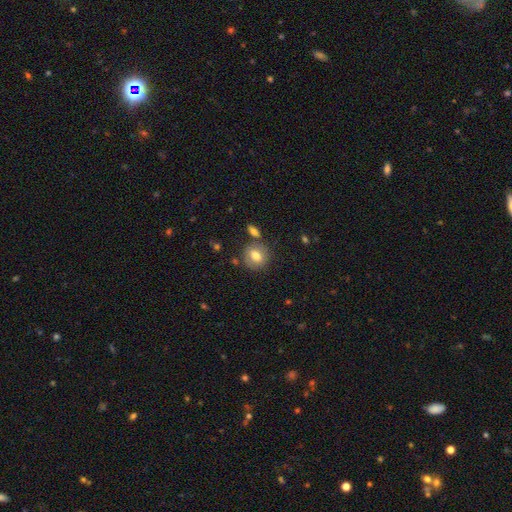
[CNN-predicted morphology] This appears to be a smooth galaxy with no disk features (73%) that is round (74%). Merging: none (74%).